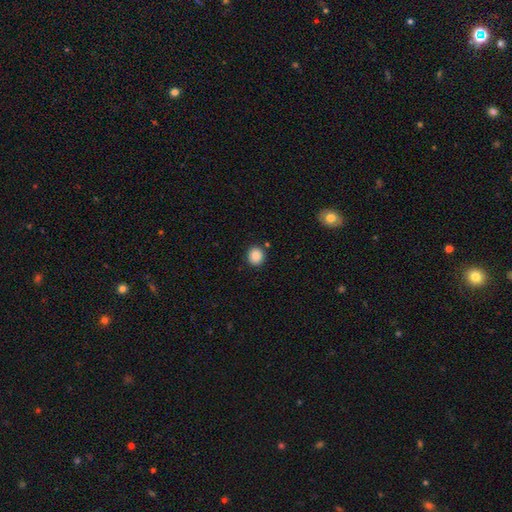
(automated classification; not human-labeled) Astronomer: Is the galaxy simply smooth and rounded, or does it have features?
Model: smooth — 89%.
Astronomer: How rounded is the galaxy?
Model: round — 86%.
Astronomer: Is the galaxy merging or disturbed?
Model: none — 88%.